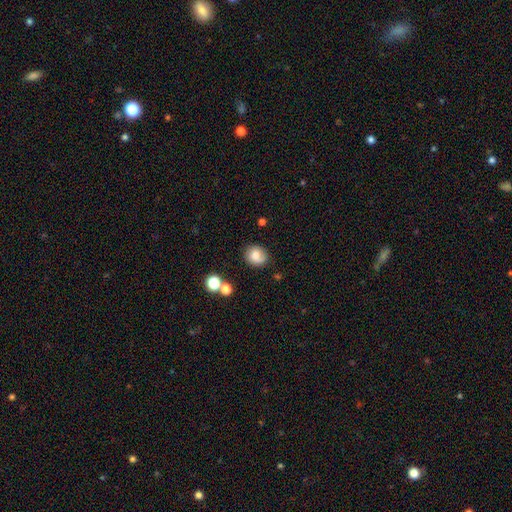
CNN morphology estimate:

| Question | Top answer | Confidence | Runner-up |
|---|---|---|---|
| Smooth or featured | smooth | 76% | featured or disk (13%) |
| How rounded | round | 72% | in between (27%) |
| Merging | none | 73% | minor disturbance (17%) |